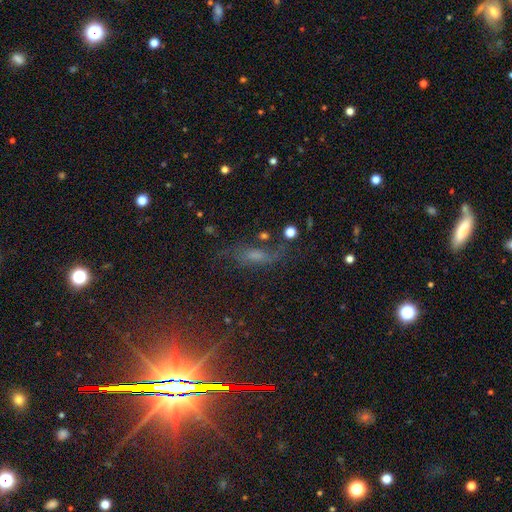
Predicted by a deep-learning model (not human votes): Overall: featured or disk (39%; smooth 32%). Merging: none (51%; minor disturbance 21%).